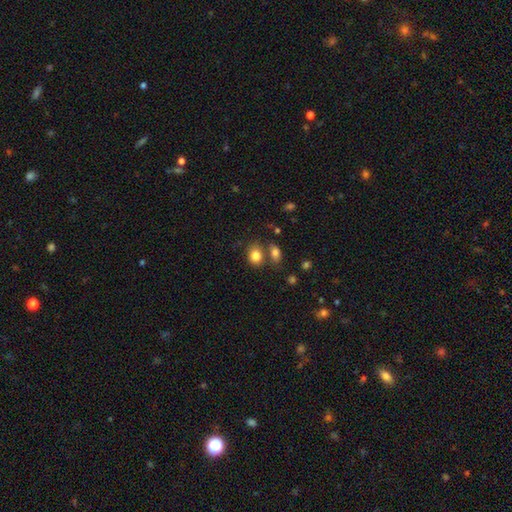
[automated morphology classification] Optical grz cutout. It shows a smooth galaxy with no disk features (83%) that is in between round and cigar-shaped (53%). Merging: none (59%).